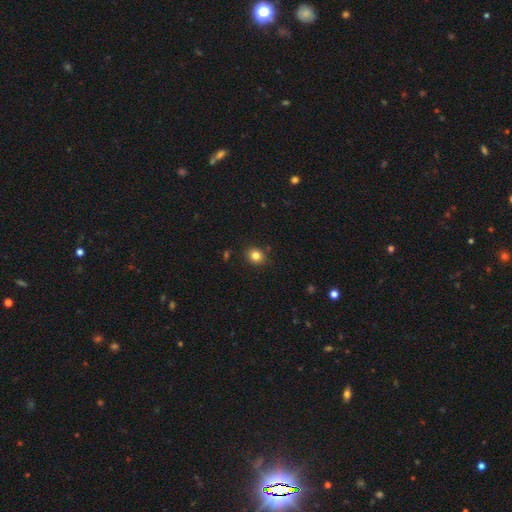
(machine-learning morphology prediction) A smooth galaxy with no disk features (82%) that is round (72%).

Vote fractions:
- Smooth or featured? smooth: 82% / star or artifact: 12% / featured or disk: 6%
- How rounded? round: 72% / in between: 28% / cigar-shaped: 1%
- Merging? none: 87% / minor disturbance: 9% / major disturbance: 2% / merger: 2%